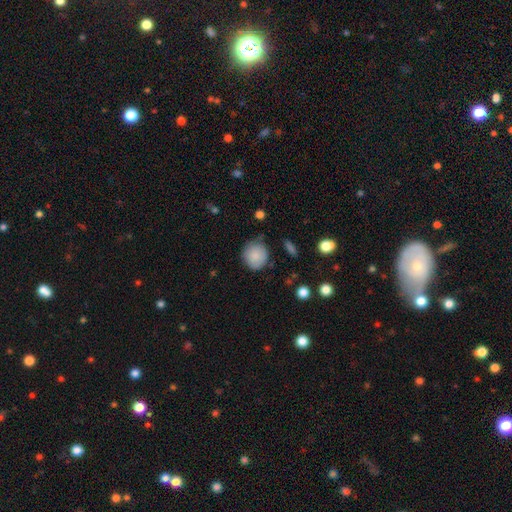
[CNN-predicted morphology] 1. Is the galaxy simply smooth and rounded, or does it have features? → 85% smooth, 7% featured or disk, 7% star or artifact.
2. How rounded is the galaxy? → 86% round, 13% in between, 1% cigar-shaped.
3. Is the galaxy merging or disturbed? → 74% none, 20% minor disturbance, 4% major disturbance, 2% merger.